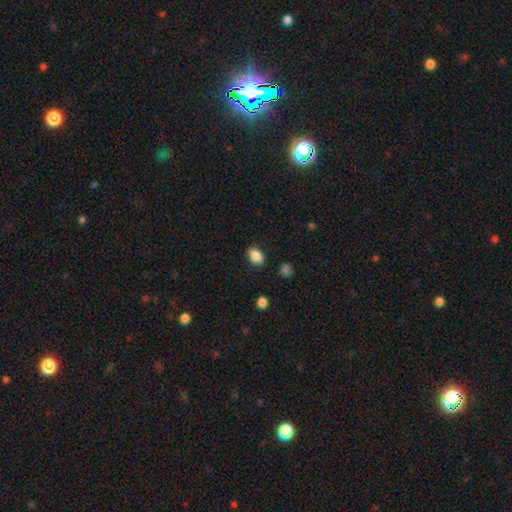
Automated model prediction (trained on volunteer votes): A smooth galaxy with no disk features (86%) that is in between round and cigar-shaped (69%). Merging: none (83%).